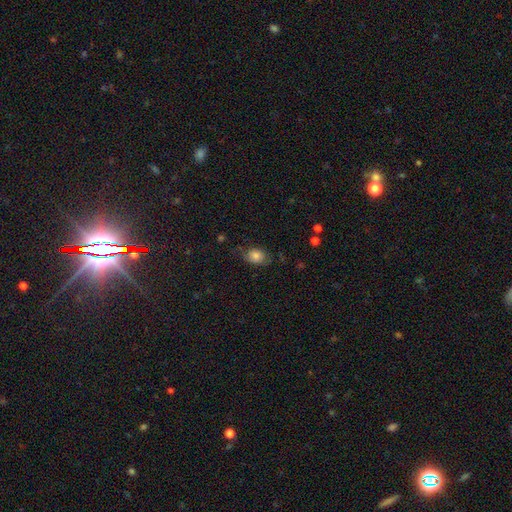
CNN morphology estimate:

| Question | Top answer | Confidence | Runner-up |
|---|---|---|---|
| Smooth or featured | smooth | 77% | featured or disk (14%) |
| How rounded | in between | 65% | round (34%) |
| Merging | none | 65% | minor disturbance (24%) |